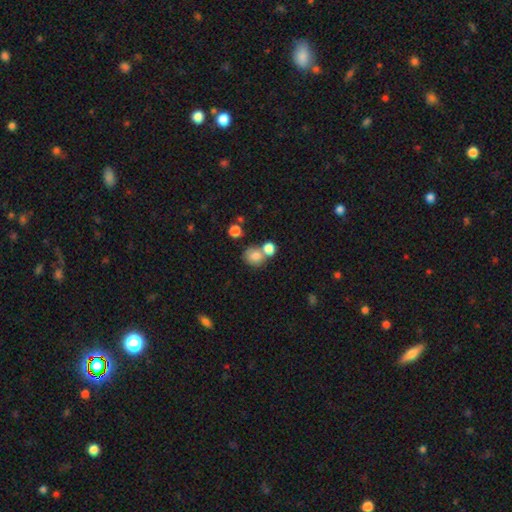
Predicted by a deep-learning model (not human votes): This is likely a smooth galaxy (80%). How rounded: likely round (71%). Merging: marginally none (45%).